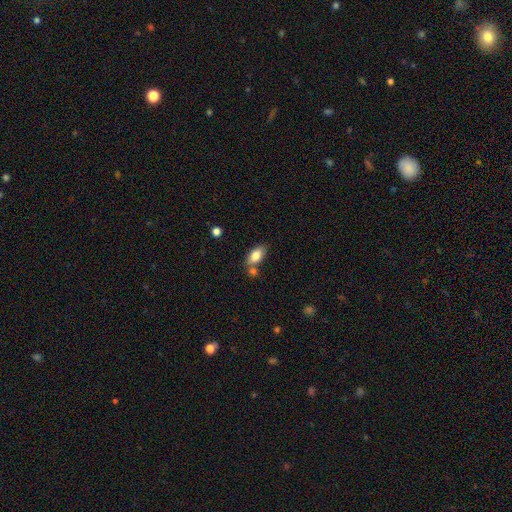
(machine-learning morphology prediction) Smooth or featured: smooth — 80% (featured or disk — 13%)
How rounded: in between — 89% (cigar-shaped — 7%)
Merging: none — 65% (merger — 18%)